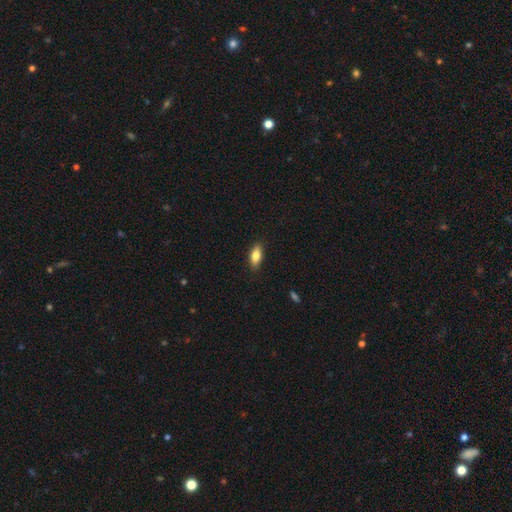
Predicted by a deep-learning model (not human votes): This is likely a smooth galaxy (79%). How rounded: likely in between (79%). Merging: clearly none (86%).